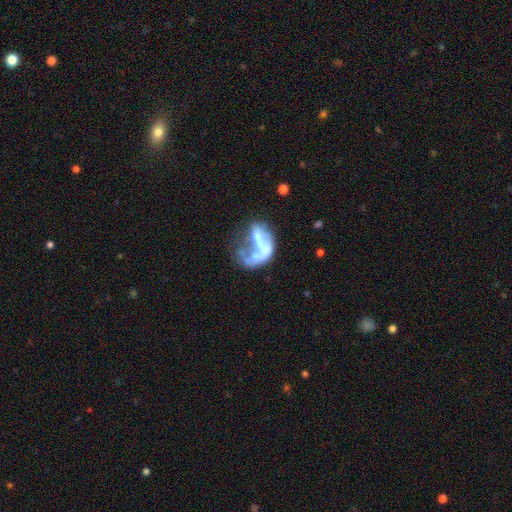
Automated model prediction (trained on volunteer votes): Smooth or featured?
  - featured or disk: 61% *
  - smooth: 27%
  - star or artifact: 11%
Edge-on disk?
  - no: 97% *
  - yes: 3%
Bar?
  - no: 77% *
  - weak: 15%
  - strong: 8%
Spiral arms?
  - no: 83% *
  - yes: 17%
Bulge size?
  - none: 45% *
  - moderate: 27%
  - small: 20%
  - large: 6%
  - dominant: 2%
Merging?
  - merger: 37% *
  - major disturbance: 35%
  - none: 17%
  - minor disturbance: 11%